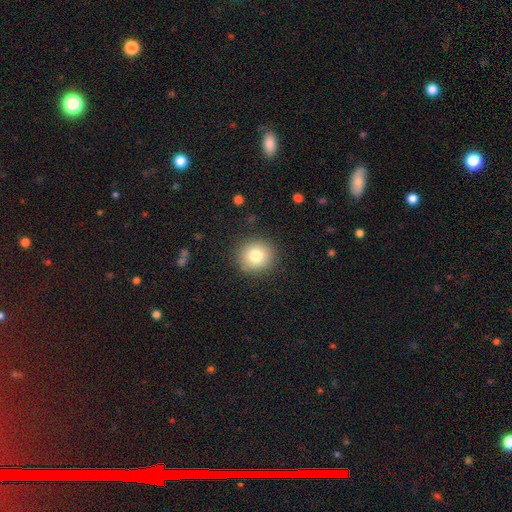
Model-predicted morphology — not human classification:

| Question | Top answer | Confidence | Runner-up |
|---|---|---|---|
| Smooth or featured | smooth | 79% | star or artifact (11%) |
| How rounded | round | 91% | in between (8%) |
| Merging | none | 89% | minor disturbance (7%) |